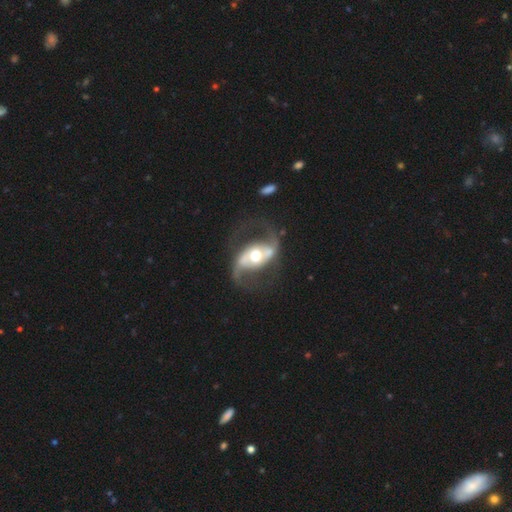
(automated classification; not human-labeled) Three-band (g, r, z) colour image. It shows a featured or disk galaxy (88%) with no bar (38%), 2 (93%) loose (56%) spiral arms (93%) and a moderate central bulge (68%). Merging: none (66%).